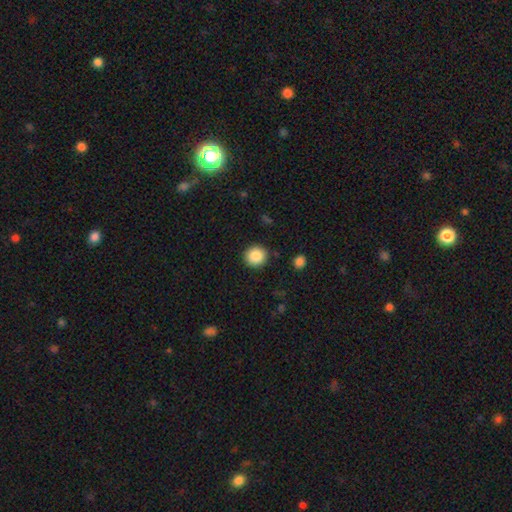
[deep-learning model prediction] Morphology: type=smooth (87%); roundness=round (90%); merging=none (90%).